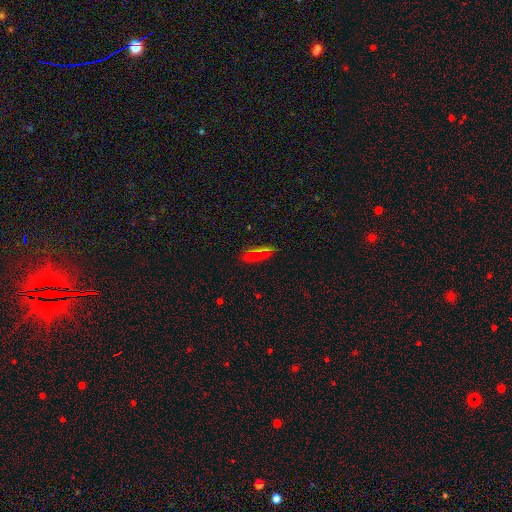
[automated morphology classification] The model was most divided on "how rounded": in between: 65%, cigar-shaped: 30%, round: 5%. More confident: merging — none (83%); smooth or featured — smooth (67%).